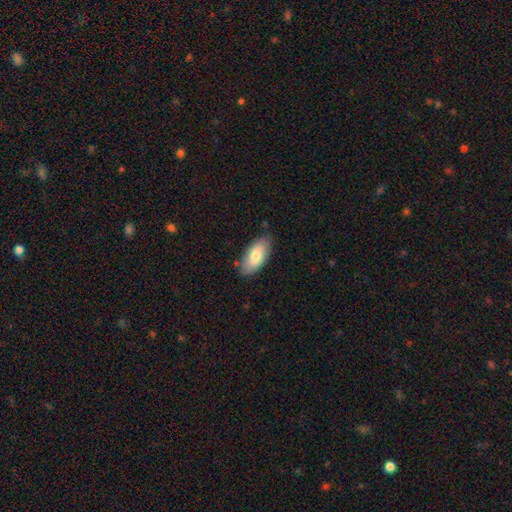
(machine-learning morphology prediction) smooth 77%, featured or disk 16%, star or artifact 6%. Down the decision tree: how rounded — in between (89%); merging — none (79%).